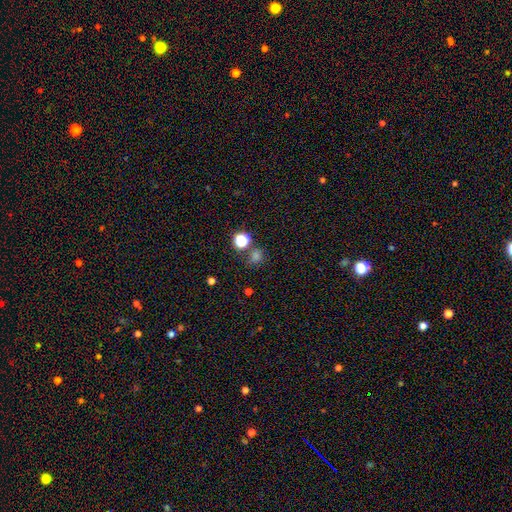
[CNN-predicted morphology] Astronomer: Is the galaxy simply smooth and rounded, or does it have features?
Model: smooth — 62%.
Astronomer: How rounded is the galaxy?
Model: round — 77%.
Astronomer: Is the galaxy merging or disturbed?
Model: none — 68%.